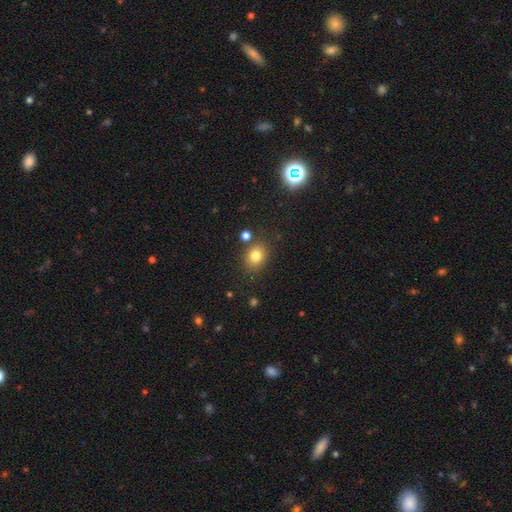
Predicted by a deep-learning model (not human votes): Smooth or featured? smooth (80%)
How rounded? round (53%)
Merging? none (79%)